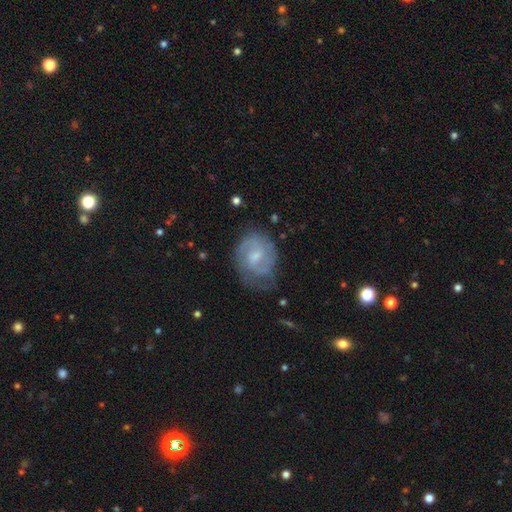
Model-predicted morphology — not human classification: Smooth or featured? featured or disk (69%)
Edge-on disk? no (97%)
Bar? weak (57%)
Spiral arms? yes (87%)
Spiral winding? medium (43%)
Spiral arm count? 2 (62%)
Bulge size? small (45%)
Merging? none (58%)